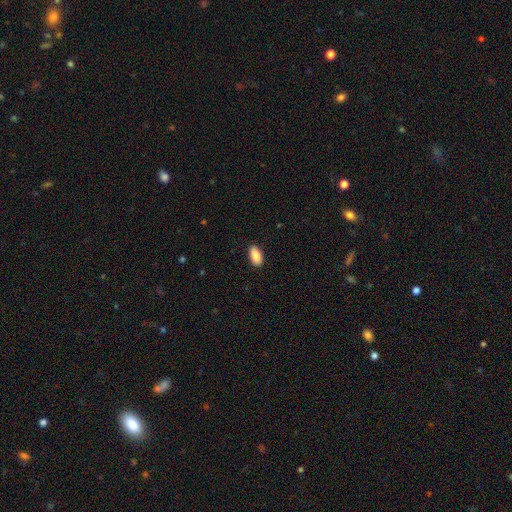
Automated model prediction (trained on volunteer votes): smooth 89%, star or artifact 6%, featured or disk 5%. Down the decision tree: how rounded — in between (93%); merging — none (89%).